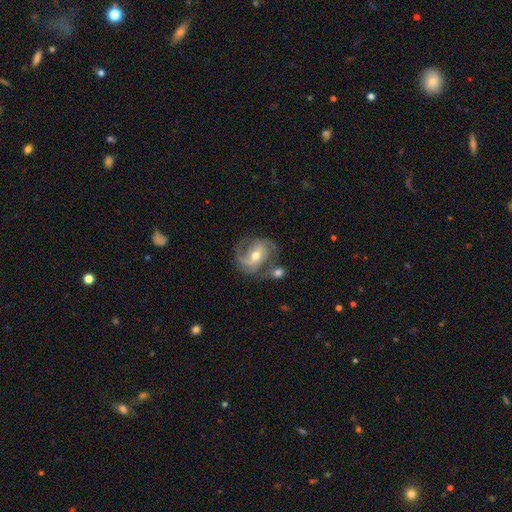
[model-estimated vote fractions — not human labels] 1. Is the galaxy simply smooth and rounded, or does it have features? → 83% featured or disk, 12% smooth, 6% star or artifact.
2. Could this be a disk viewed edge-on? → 97% no, 3% yes.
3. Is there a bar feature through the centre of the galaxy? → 44% weak, 31% no, 24% strong.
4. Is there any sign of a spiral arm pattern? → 94% yes, 6% no.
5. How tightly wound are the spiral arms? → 49% medium, 30% tight, 21% loose.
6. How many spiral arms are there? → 62% 2, 15% 3, 10% can't tell, 8% 1, 2% 4, 2% more than 4.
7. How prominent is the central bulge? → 71% moderate, 23% small, 4% large, 1% none, 1% dominant.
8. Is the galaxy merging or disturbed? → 56% none, 19% minor disturbance, 14% merger, 11% major disturbance.